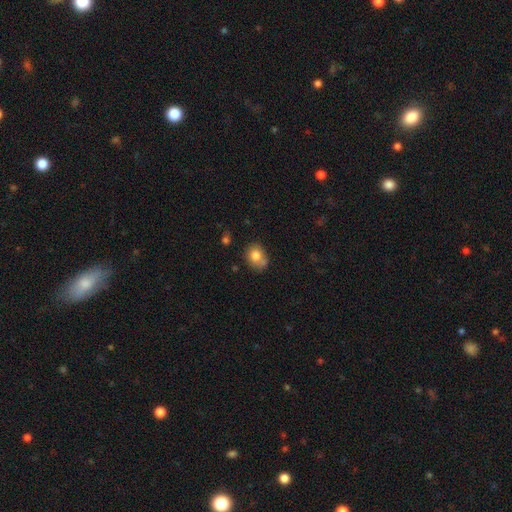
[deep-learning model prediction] The model was most divided on "how rounded": round: 58%, in between: 41%, cigar-shaped: 1%. More confident: smooth or featured — smooth (79%); merging — none (57%).